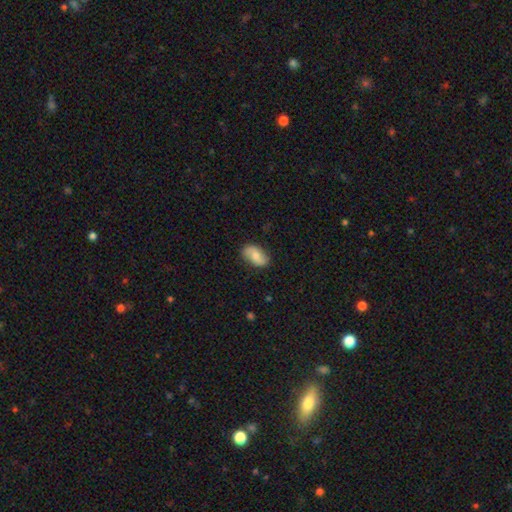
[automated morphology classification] type=smooth (63%); roundness=in between (92%); merging=none (81%).